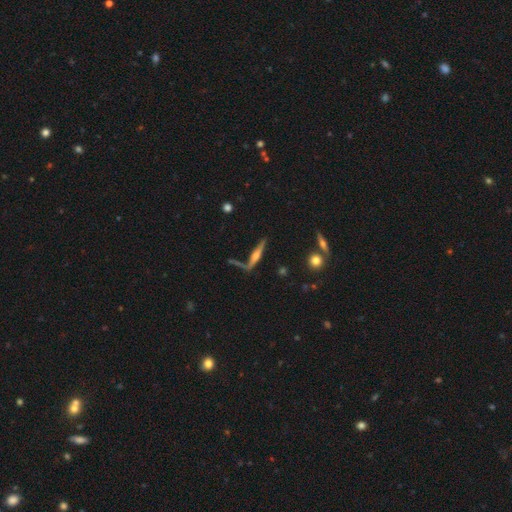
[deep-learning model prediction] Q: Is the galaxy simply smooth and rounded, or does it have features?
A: featured or disk — 68%.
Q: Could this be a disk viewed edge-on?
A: yes — 94%.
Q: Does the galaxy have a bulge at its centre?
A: rounded — 81%.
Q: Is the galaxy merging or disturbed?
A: none — 65%.